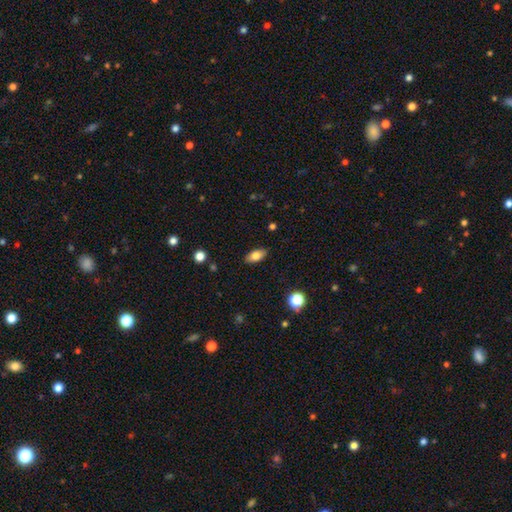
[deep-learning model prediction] smooth_or_featured: smooth (p=0.80) [alt: featured or disk p=0.11]
how_rounded: in between (p=0.90) [alt: cigar-shaped p=0.05]
merging: none (p=0.88) [alt: minor disturbance p=0.09]